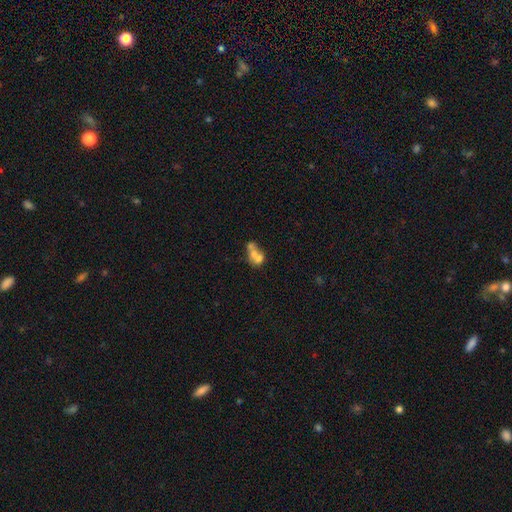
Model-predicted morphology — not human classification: A smooth galaxy with no disk features (54%) that is round (52%).

Vote fractions:
- Smooth or featured? smooth: 54% / featured or disk: 33% / star or artifact: 12%
- How rounded? round: 52% / in between: 46% / cigar-shaped: 2%
- Merging? merger: 64% / none: 23% / minor disturbance: 7% / major disturbance: 6%